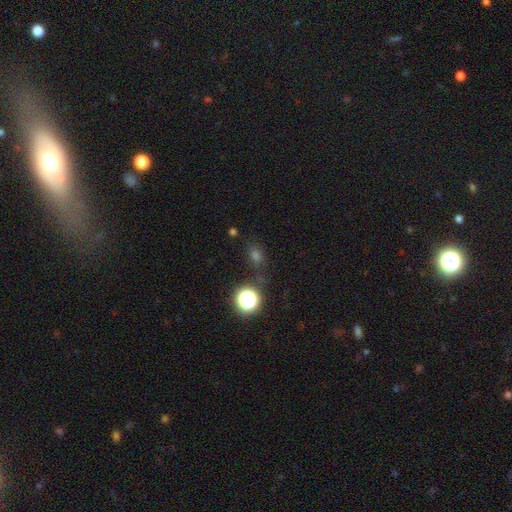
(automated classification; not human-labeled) Smooth or featured? smooth (57%)
How rounded? round (49%)
Merging? none (78%)